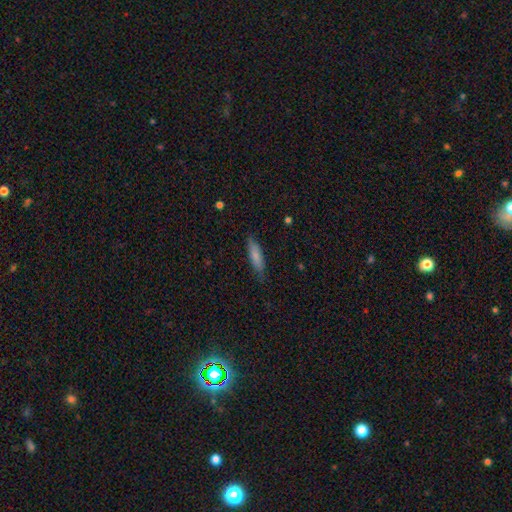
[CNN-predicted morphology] smooth-or-featured: smooth: 78% | featured or disk: 16% | star or artifact: 6%
  how-rounded: cigar-shaped: 67% | in between: 32% | round: 2%
  merging: none: 81% | minor disturbance: 15% | major disturbance: 3% | merger: 1%